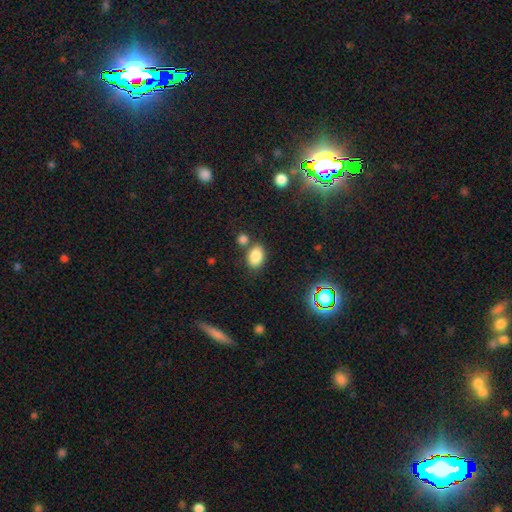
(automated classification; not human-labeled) Smooth or featured: smooth — 83% (star or artifact — 11%)
How rounded: in between — 82% (round — 17%)
Merging: none — 69% (merger — 14%)